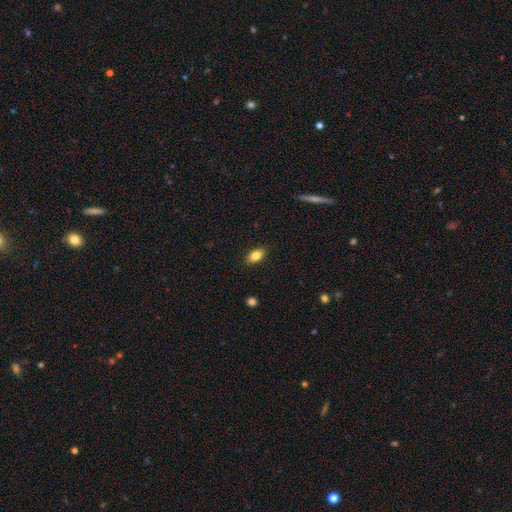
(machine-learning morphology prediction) Smooth or featured?
  - smooth: 82% *
  - featured or disk: 9%
  - star or artifact: 8%
How rounded?
  - in between: 88% *
  - round: 8%
  - cigar-shaped: 4%
Merging?
  - none: 88% *
  - minor disturbance: 9%
  - major disturbance: 2%
  - merger: 1%